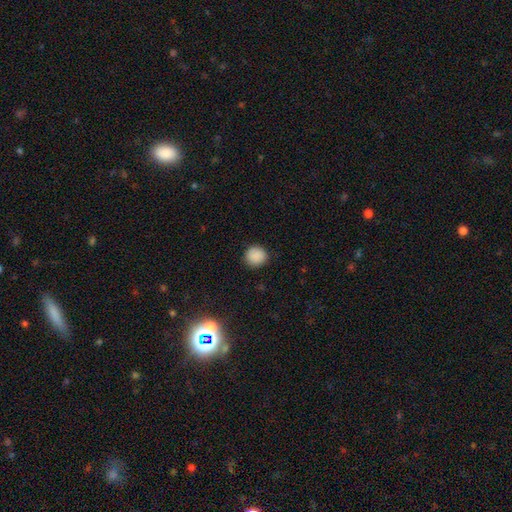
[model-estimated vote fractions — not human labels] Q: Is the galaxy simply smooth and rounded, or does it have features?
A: smooth — 88%.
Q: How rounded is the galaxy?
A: round — 91%.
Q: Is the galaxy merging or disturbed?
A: none — 90%.